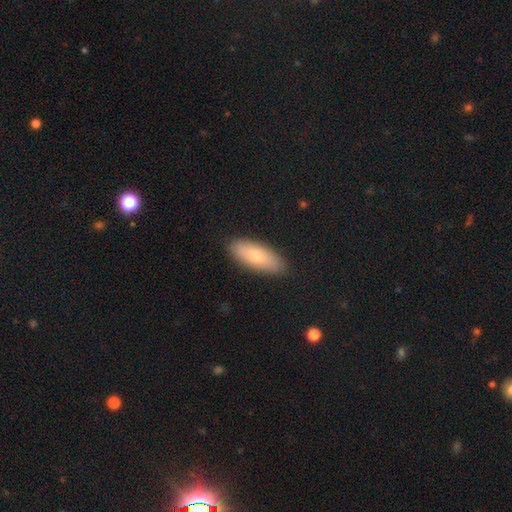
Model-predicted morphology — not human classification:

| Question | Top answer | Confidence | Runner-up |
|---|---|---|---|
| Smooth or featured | smooth | 70% | featured or disk (24%) |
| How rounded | in between | 76% | cigar-shaped (21%) |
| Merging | none | 88% | minor disturbance (9%) |